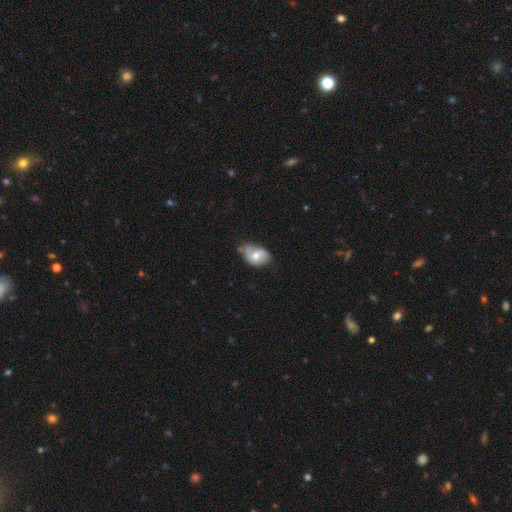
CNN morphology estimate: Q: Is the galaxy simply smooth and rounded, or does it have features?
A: featured or disk — 51%.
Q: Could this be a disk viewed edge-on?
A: no — 96%.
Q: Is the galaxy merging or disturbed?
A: none — 42%.